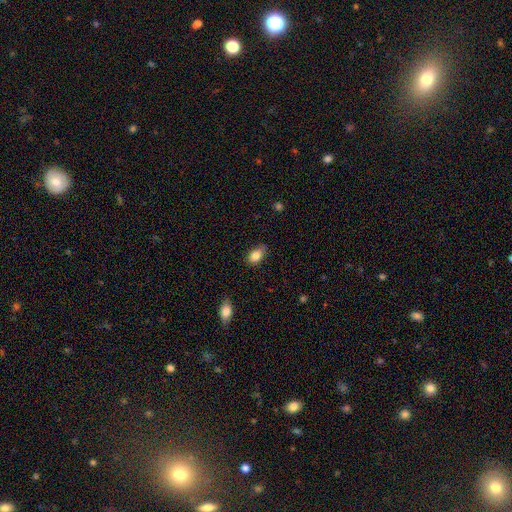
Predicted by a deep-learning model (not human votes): Morphology: type=smooth (84%); roundness=in between (86%); merging=none (72%).